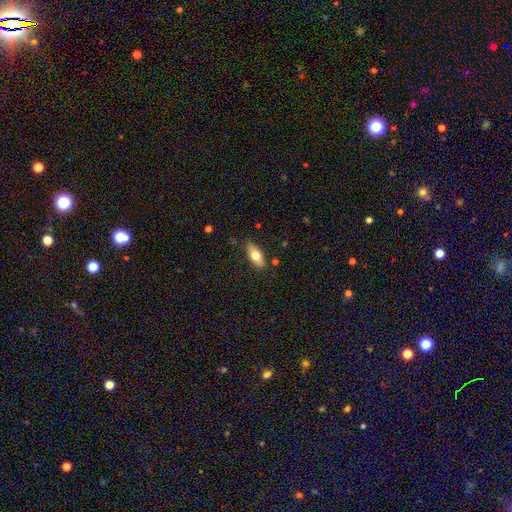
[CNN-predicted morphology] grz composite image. It shows a smooth galaxy with no disk features (71%) that is in between round and cigar-shaped (82%). Merging: none (84%).